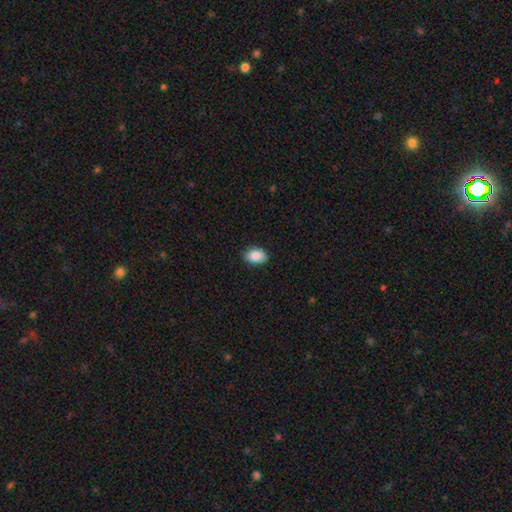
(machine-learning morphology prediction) smooth_or_featured: smooth (p=0.90) [alt: star or artifact p=0.07]
how_rounded: in between (p=0.89) [alt: round p=0.10]
merging: none (p=0.86) [alt: minor disturbance p=0.11]